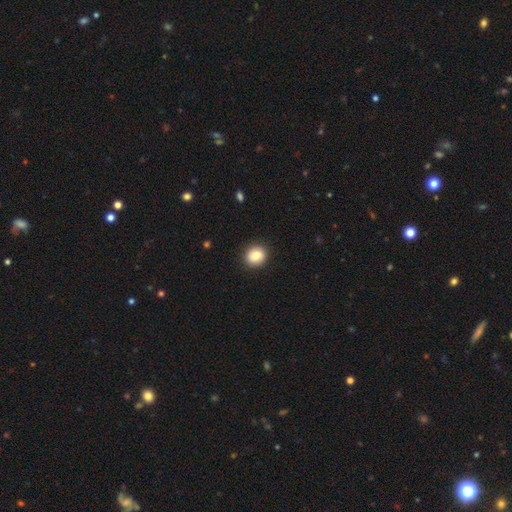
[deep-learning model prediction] smooth 87%, star or artifact 9%, featured or disk 5%. Down the decision tree: how rounded — round (77%); merging — none (91%).